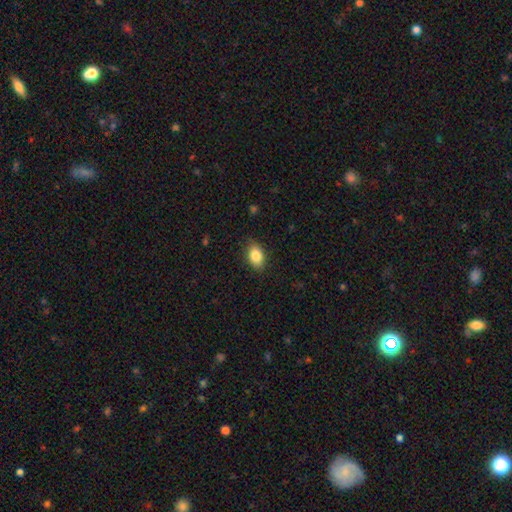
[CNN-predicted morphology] smooth 85%, star or artifact 8%, featured or disk 7%. Down the decision tree: how rounded — in between (84%); merging — none (85%).